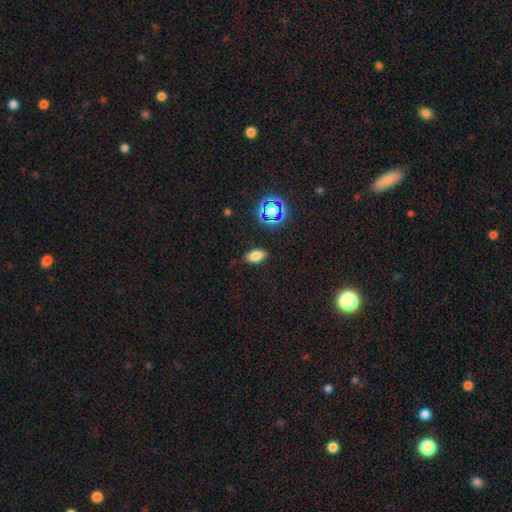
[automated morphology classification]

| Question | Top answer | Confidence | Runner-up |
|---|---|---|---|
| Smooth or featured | smooth | 75% | star or artifact (16%) |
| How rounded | in between | 89% | round (7%) |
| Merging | none | 84% | minor disturbance (12%) |